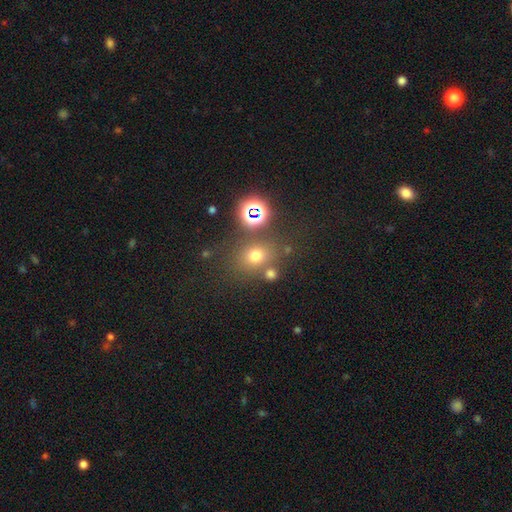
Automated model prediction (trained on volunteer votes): The model was most divided on "how rounded": round: 65%, in between: 33%, cigar-shaped: 1%. More confident: merging — none (72%); smooth or featured — smooth (64%).